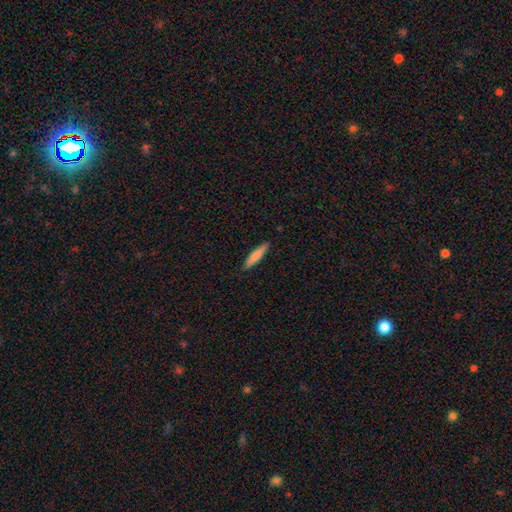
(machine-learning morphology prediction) Smooth or featured?
  - smooth: 78% *
  - featured or disk: 16%
  - star or artifact: 6%
How rounded?
  - cigar-shaped: 87% *
  - in between: 12%
  - round: 1%
Merging?
  - none: 88% *
  - minor disturbance: 9%
  - major disturbance: 2%
  - merger: 1%